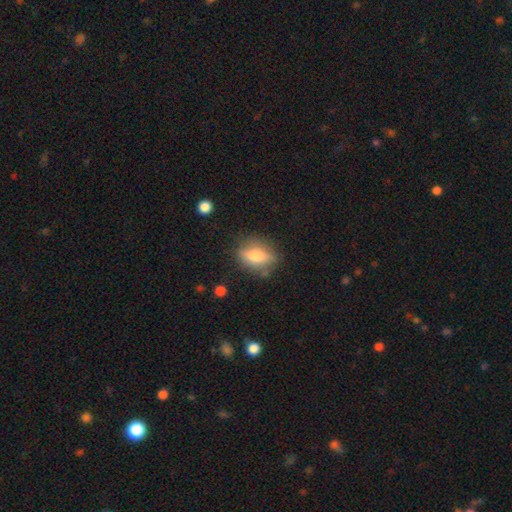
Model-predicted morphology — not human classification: Q: Smooth or featured?
A: smooth (63%); runner-up: featured or disk (29%)
Q: How rounded?
A: in between (70%); runner-up: round (20%)
Q: Merging?
A: none (75%); runner-up: minor disturbance (17%)